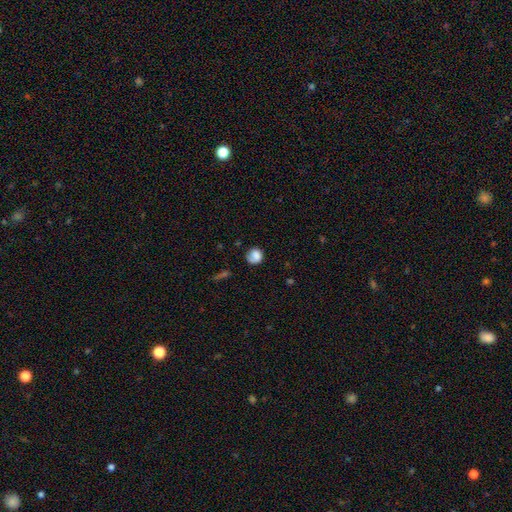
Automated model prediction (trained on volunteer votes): Morphology: type=smooth (81%); roundness=round (80%); merging=none (62%).